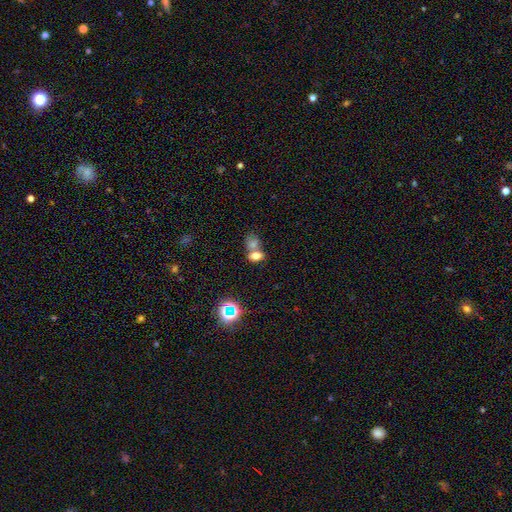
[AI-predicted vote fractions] Smooth or featured: smooth — 72% (star or artifact — 14%)
How rounded: in between — 76% (round — 21%)
Merging: merger — 57% (none — 31%)